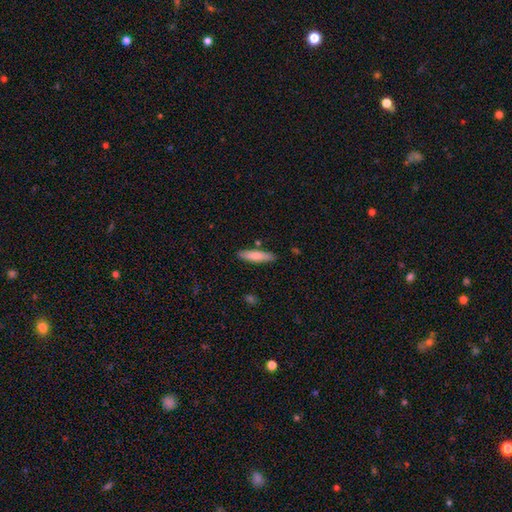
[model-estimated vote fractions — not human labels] This is likely a smooth galaxy (78%). How rounded: likely cigar-shaped (78%). Merging: clearly none (84%).